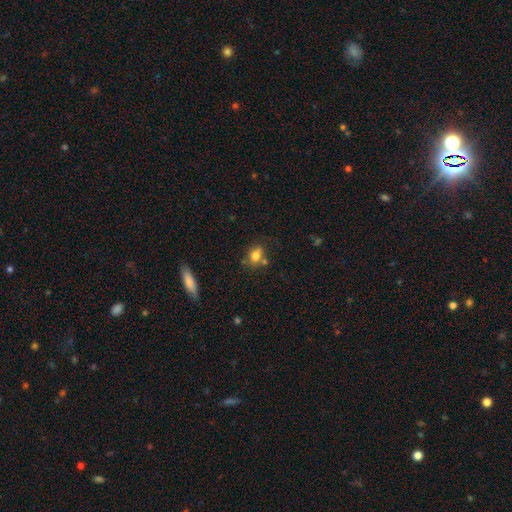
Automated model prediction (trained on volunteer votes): Smooth or featured?
  - smooth: 76% *
  - featured or disk: 12%
  - star or artifact: 11%
How rounded?
  - in between: 51% *
  - round: 47%
  - cigar-shaped: 2%
Merging?
  - none: 56% *
  - merger: 20%
  - minor disturbance: 18%
  - major disturbance: 6%